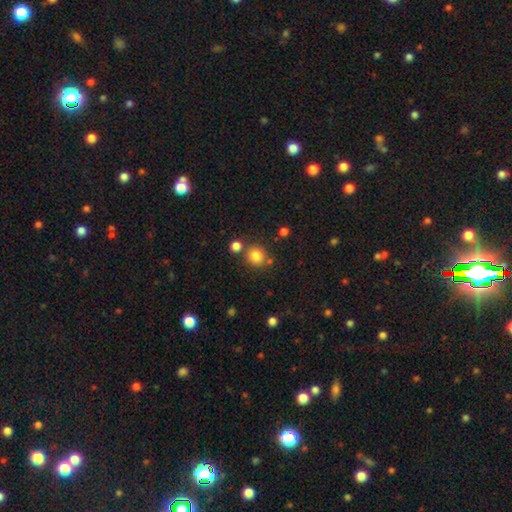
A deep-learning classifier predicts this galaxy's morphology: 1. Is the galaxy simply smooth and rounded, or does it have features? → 82% smooth, 12% star or artifact, 6% featured or disk.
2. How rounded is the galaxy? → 89% round, 10% in between, 1% cigar-shaped.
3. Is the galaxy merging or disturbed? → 75% none, 13% merger, 9% minor disturbance, 3% major disturbance.